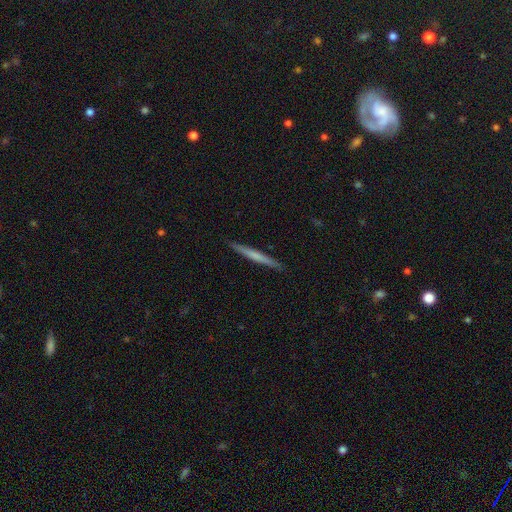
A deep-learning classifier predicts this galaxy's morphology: A smooth galaxy with no disk features (53%) that is cigar-shaped (97%).

Vote fractions:
- Smooth or featured? smooth: 53% / featured or disk: 42% / star or artifact: 5%
- How rounded? cigar-shaped: 97% / in between: 2% / round: 1%
- Merging? none: 92% / minor disturbance: 6% / major disturbance: 1% / merger: 1%